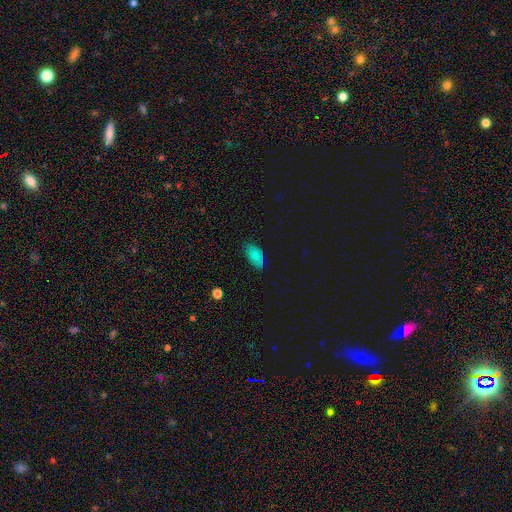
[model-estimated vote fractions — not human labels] This is clearly a smooth galaxy (81%). How rounded: clearly in between (92%). Merging: likely none (71%).